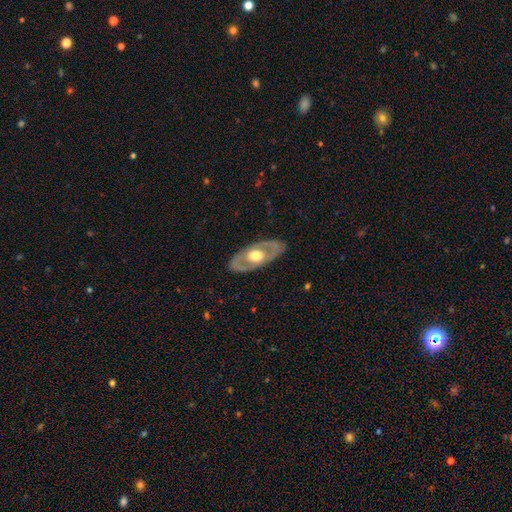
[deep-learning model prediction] featured or disk 63%, smooth 32%, star or artifact 4%. Down the decision tree: edge-on disk — no (83%); bar — no (84%); spiral arms — no (81%); bulge size — moderate (65%); merging — none (85%).